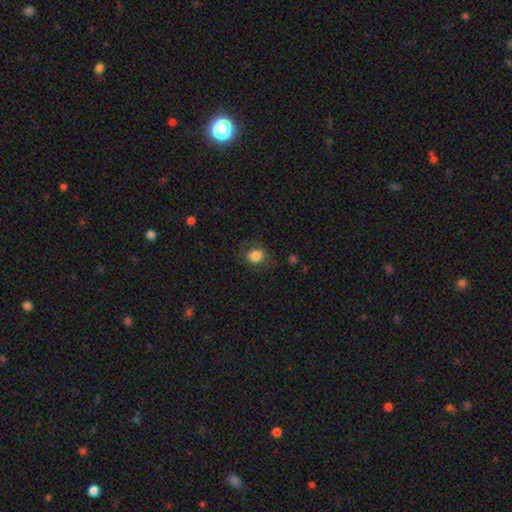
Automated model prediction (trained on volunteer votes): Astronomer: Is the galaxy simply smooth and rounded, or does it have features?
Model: smooth — 80%.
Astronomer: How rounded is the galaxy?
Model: round — 61% (runner-up: in between, 38%).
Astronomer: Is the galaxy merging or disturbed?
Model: none — 72%.